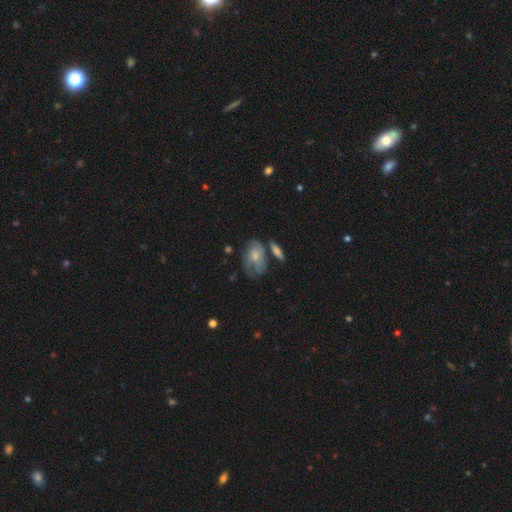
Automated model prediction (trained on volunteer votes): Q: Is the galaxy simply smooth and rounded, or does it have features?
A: smooth — 55%.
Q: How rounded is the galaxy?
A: in between — 81%.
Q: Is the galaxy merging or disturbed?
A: none — 39%.